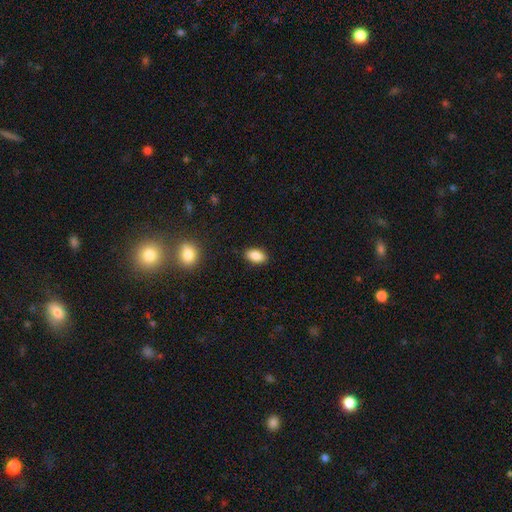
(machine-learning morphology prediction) Smooth or featured? Predicted: smooth (p=0.87). How rounded? Predicted: in between (p=0.91). Merging? Predicted: none (p=0.88).